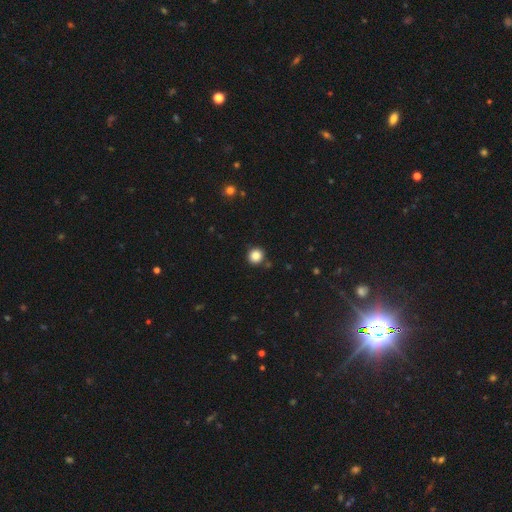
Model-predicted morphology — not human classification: smooth_or_featured: smooth (p=0.85) [alt: star or artifact p=0.11]
how_rounded: round (p=0.93) [alt: in between p=0.06]
merging: none (p=0.88) [alt: minor disturbance p=0.07]